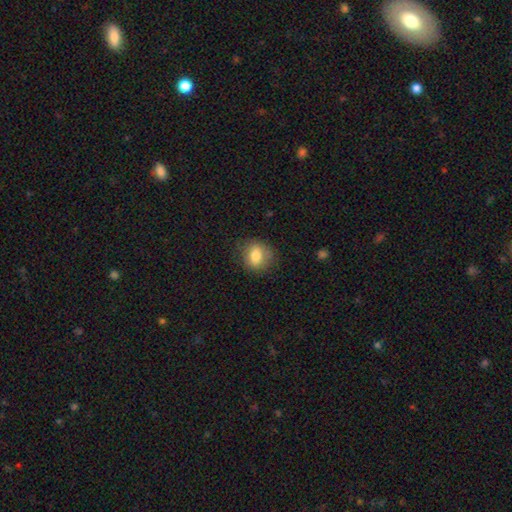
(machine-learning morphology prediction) A smooth galaxy with no disk features (78%) that is round (58%). Merging: none (77%).